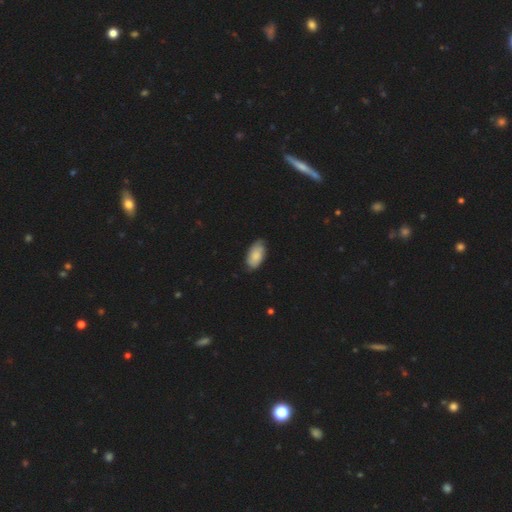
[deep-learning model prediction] A smooth galaxy with no disk features (71%) that is in between round and cigar-shaped (94%).

Vote fractions:
- Smooth or featured? smooth: 71% / featured or disk: 22% / star or artifact: 7%
- How rounded? in between: 94% / round: 3% / cigar-shaped: 3%
- Merging? none: 72% / minor disturbance: 23% / major disturbance: 4% / merger: 1%